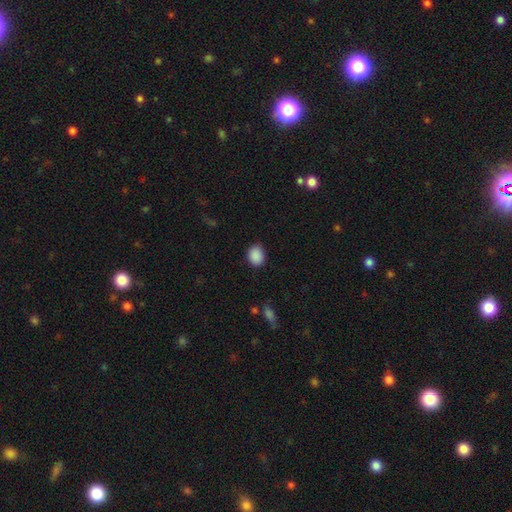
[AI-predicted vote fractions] Smooth or featured: smooth — 89% (star or artifact — 8%)
How rounded: in between — 52% (round — 47%)
Merging: none — 85% (minor disturbance — 11%)